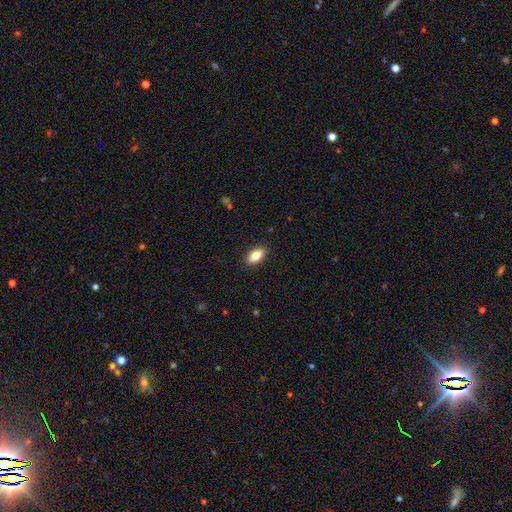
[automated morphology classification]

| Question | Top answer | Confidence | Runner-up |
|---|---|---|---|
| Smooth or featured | smooth | 81% | featured or disk (12%) |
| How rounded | in between | 89% | cigar-shaped (7%) |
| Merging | none | 89% | minor disturbance (8%) |